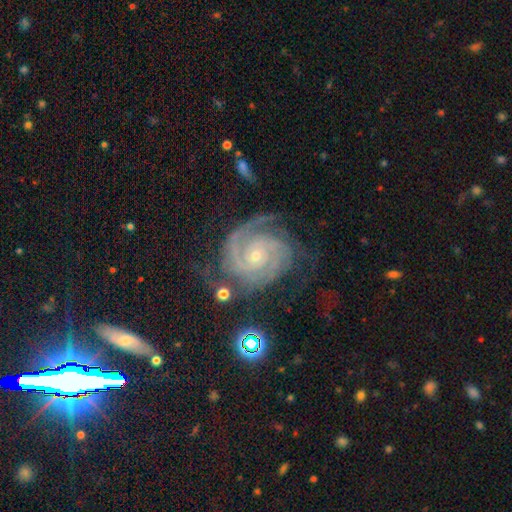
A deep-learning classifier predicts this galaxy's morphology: Q: Smooth or featured?
A: featured or disk (91%); runner-up: star or artifact (5%)
Q: Edge-on disk?
A: no (98%); runner-up: yes (2%)
Q: Bar?
A: no (71%); runner-up: weak (22%)
Q: Spiral arms?
A: yes (98%); runner-up: no (2%)
Q: Spiral winding?
A: tight (72%); runner-up: medium (25%)
Q: Spiral arm count?
A: 2 (42%); runner-up: 3 (27%)
Q: Bulge size?
A: small (76%); runner-up: moderate (20%)
Q: Merging?
A: none (63%); runner-up: minor disturbance (22%)